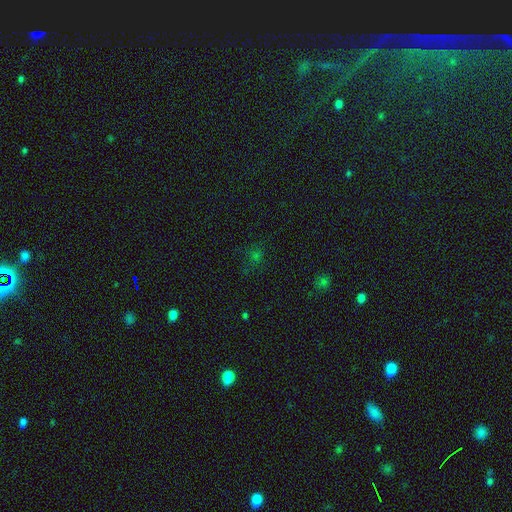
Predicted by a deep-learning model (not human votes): smooth-or-featured: star or artifact: 51% | smooth: 40% | featured or disk: 9%